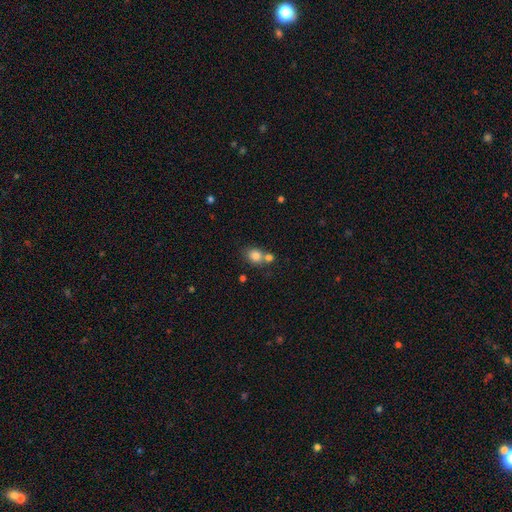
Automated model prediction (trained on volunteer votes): Smooth or featured: smooth — 82% (star or artifact — 11%)
How rounded: round — 68% (in between — 31%)
Merging: none — 50% (merger — 37%)